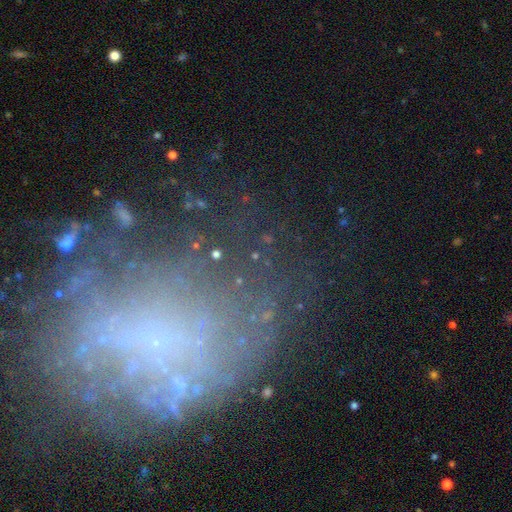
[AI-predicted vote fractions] Smooth or featured: star or artifact — 51% (featured or disk — 26%)